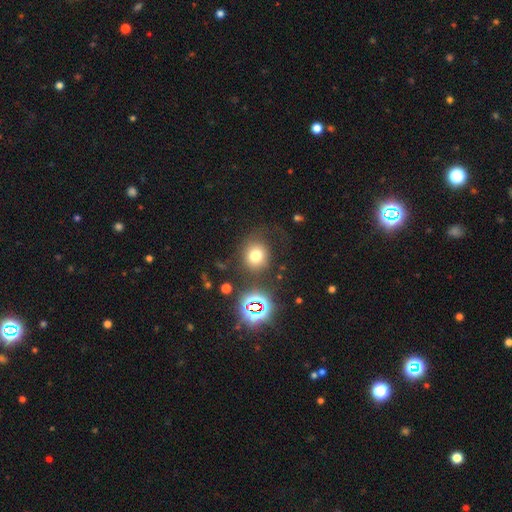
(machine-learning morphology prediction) Smooth or featured? Predicted: smooth (p=0.69). How rounded? Predicted: round (p=0.84). Merging? Predicted: none (p=0.66).